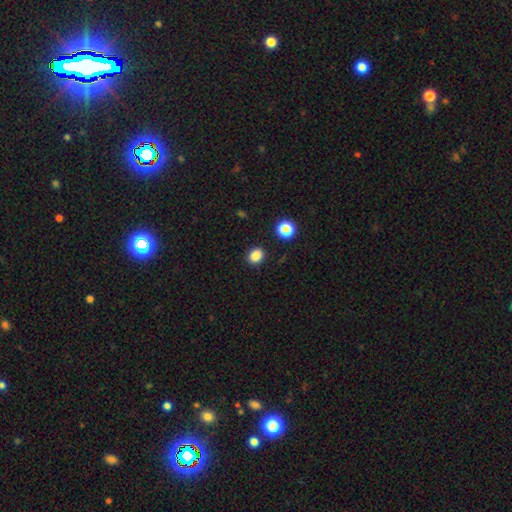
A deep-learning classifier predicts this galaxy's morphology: smooth-or-featured: smooth: 85% | star or artifact: 12% | featured or disk: 3%
  how-rounded: round: 58% | in between: 41% | cigar-shaped: 1%
  merging: none: 88% | minor disturbance: 8% | major disturbance: 2% | merger: 2%